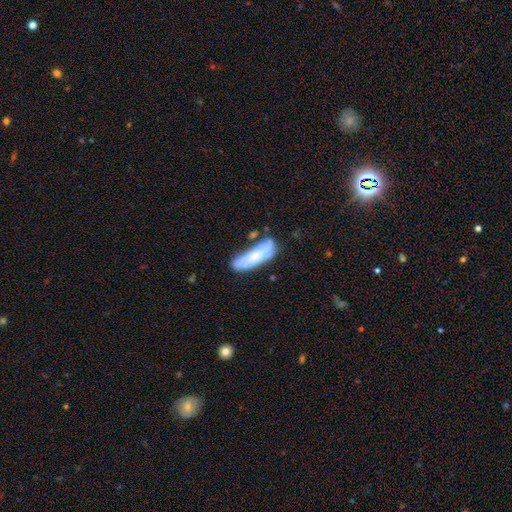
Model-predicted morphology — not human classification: Overall: smooth (64%; featured or disk 29%). How rounded: cigar-shaped (53%; in between 45%). Merging: none (57%; minor disturbance 26%).